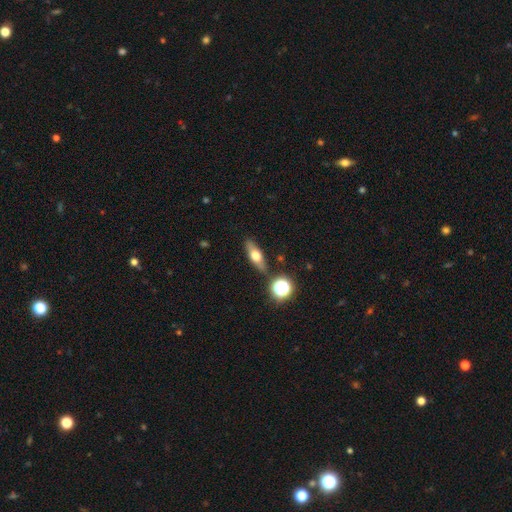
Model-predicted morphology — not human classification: The model was most divided on "smooth or featured": smooth: 52%, featured or disk: 38%, star or artifact: 10%. More confident: merging — none (83%); how rounded — in between (55%).